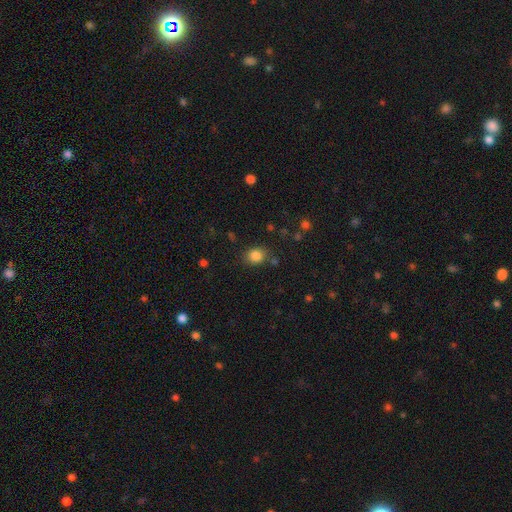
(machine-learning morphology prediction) This appears to be a smooth galaxy with no disk features (84%) that is round (62%). Merging: none (78%).